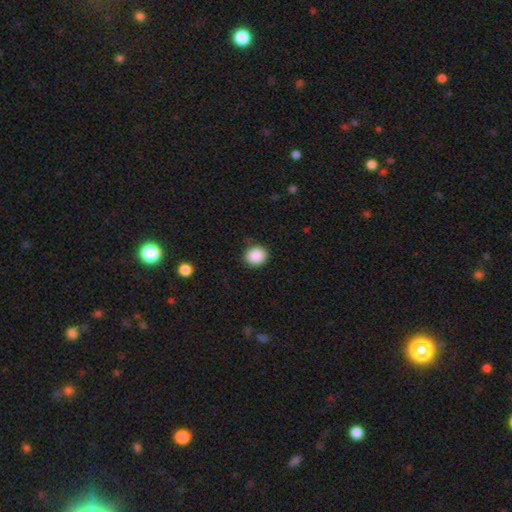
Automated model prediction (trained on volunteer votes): This is clearly a smooth galaxy (89%). How rounded: likely round (76%). Merging: clearly none (87%).